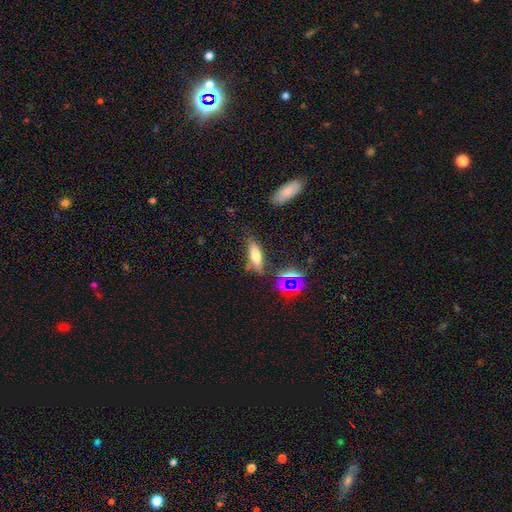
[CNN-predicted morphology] smooth_or_featured: smooth (p=0.66) [alt: featured or disk p=0.17]
how_rounded: in between (p=0.53) [alt: cigar-shaped p=0.44]
merging: none (p=0.68) [alt: minor disturbance p=0.19]